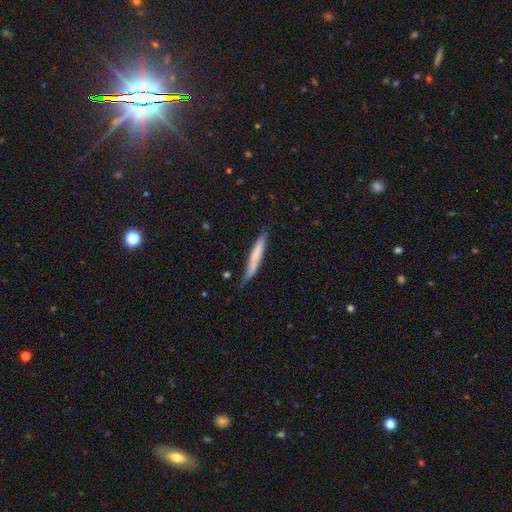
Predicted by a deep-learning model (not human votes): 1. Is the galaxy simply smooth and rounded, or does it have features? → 64% smooth, 31% featured or disk, 5% star or artifact.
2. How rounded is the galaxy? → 95% cigar-shaped, 4% in between, 1% round.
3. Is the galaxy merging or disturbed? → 68% none, 25% minor disturbance, 5% major disturbance, 2% merger.